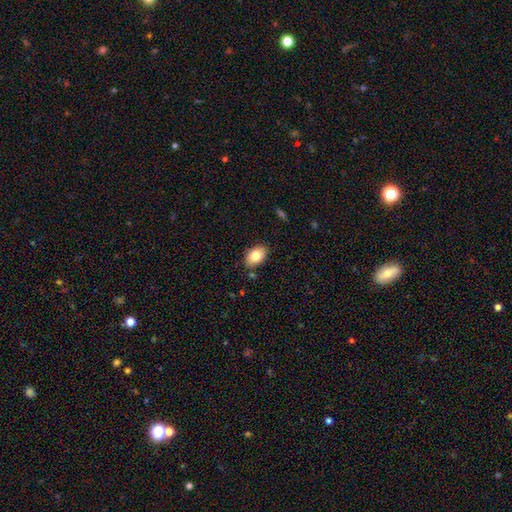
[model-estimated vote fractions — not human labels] Smooth or featured? smooth (81%)
How rounded? in between (89%)
Merging? none (86%)